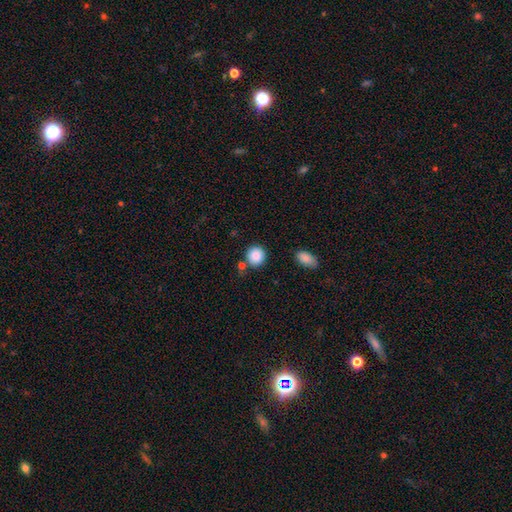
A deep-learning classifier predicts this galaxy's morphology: Smooth or featured?
  - smooth: 88% *
  - star or artifact: 8%
  - featured or disk: 4%
How rounded?
  - round: 89% *
  - in between: 10%
  - cigar-shaped: 1%
Merging?
  - none: 78% *
  - minor disturbance: 10%
  - merger: 9%
  - major disturbance: 3%